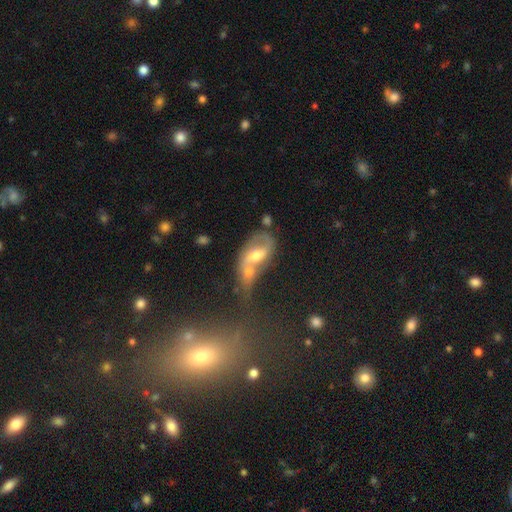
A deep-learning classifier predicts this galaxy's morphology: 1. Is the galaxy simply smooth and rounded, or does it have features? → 66% featured or disk, 24% smooth, 10% star or artifact.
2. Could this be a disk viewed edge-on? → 95% no, 5% yes.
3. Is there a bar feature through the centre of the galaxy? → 44% weak, 33% no, 23% strong.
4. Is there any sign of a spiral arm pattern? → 77% yes, 23% no.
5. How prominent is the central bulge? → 63% moderate, 25% small, 8% large, 3% none, 2% dominant.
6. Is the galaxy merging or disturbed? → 60% merger, 21% none, 10% minor disturbance, 9% major disturbance.